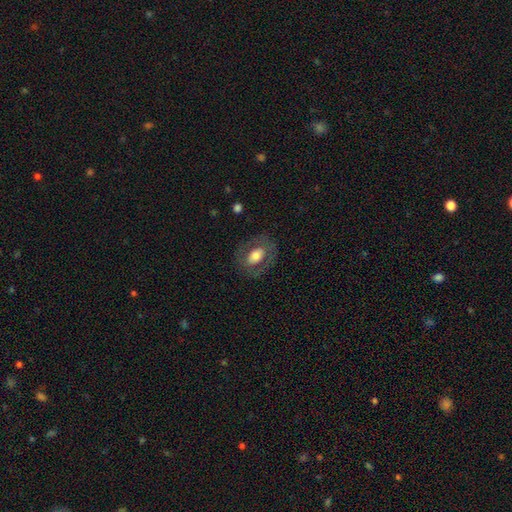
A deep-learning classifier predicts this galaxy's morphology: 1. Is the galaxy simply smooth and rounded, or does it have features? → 56% smooth, 37% featured or disk, 7% star or artifact.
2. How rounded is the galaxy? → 73% in between, 25% round, 1% cigar-shaped.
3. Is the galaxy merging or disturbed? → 77% none, 13% minor disturbance, 9% major disturbance, 1% merger.